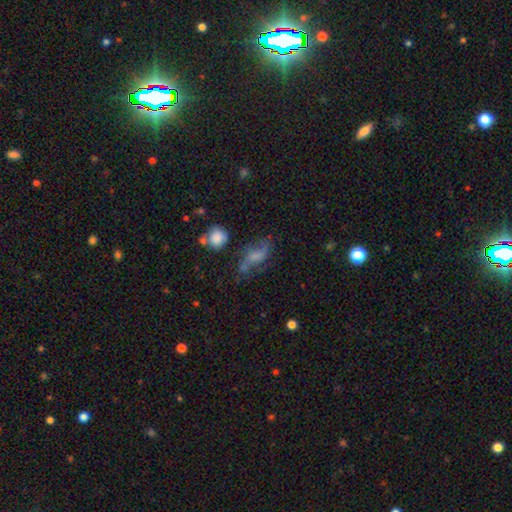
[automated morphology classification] Q: Smooth or featured?
A: featured or disk (43%); tied with: smooth (43%)
Q: Merging?
A: none (44%); runner-up: minor disturbance (24%)